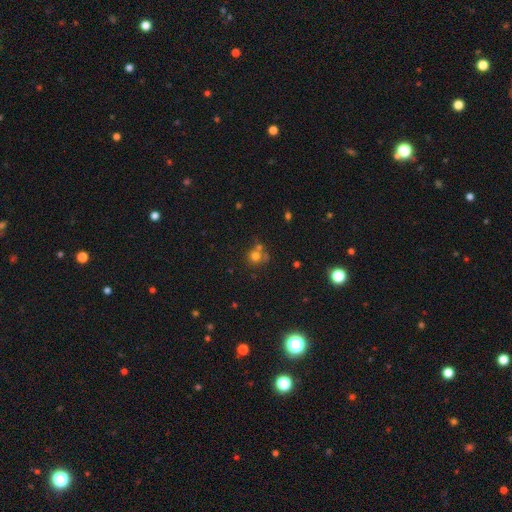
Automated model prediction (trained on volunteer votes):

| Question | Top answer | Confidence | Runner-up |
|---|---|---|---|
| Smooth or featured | smooth | 70% | star or artifact (17%) |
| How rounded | round | 86% | in between (13%) |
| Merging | none | 53% | merger (30%) |